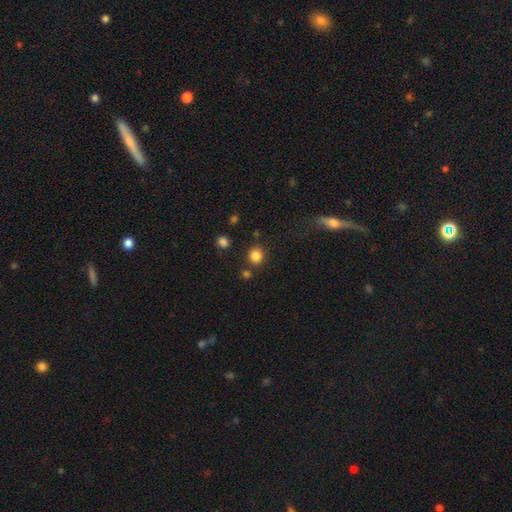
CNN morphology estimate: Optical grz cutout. It shows a smooth galaxy with no disk features (84%) that is round (80%). Merging: none (82%).